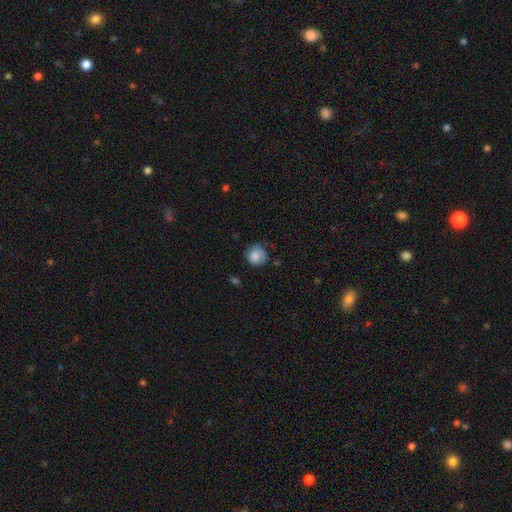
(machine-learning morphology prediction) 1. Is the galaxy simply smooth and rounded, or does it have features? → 79% smooth, 13% featured or disk, 8% star or artifact.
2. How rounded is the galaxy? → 86% round, 13% in between, 1% cigar-shaped.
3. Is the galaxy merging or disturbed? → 61% none, 29% minor disturbance, 8% major disturbance, 2% merger.